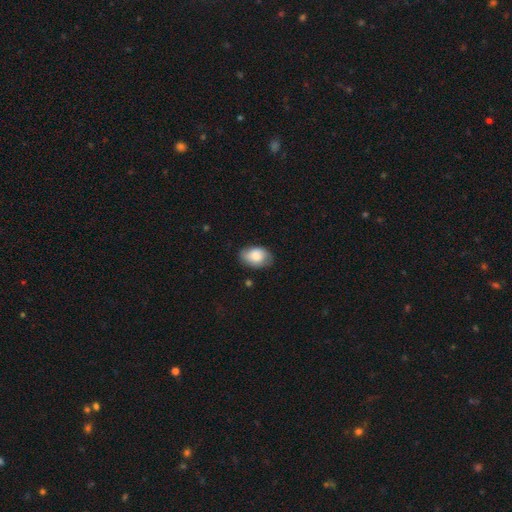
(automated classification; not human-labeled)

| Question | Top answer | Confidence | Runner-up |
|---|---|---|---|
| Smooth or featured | smooth | 81% | featured or disk (12%) |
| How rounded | in between | 86% | round (13%) |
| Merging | none | 74% | minor disturbance (21%) |